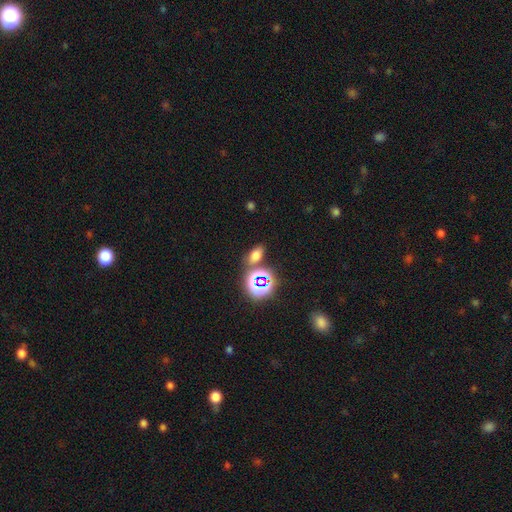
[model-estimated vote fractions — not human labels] smooth_or_featured: smooth (p=0.63) [alt: star or artifact p=0.29]
how_rounded: in between (p=0.83) [alt: round p=0.14]
merging: none (p=0.76) [alt: minor disturbance p=0.10]